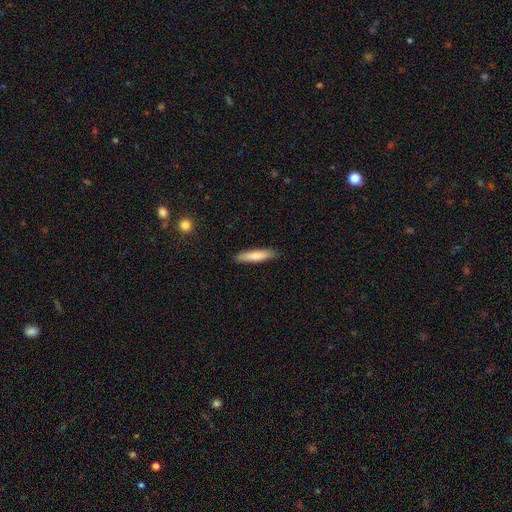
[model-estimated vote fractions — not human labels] Smooth or featured? Predicted: smooth (p=0.74). How rounded? Predicted: cigar-shaped (p=0.84). Merging? Predicted: none (p=0.88).